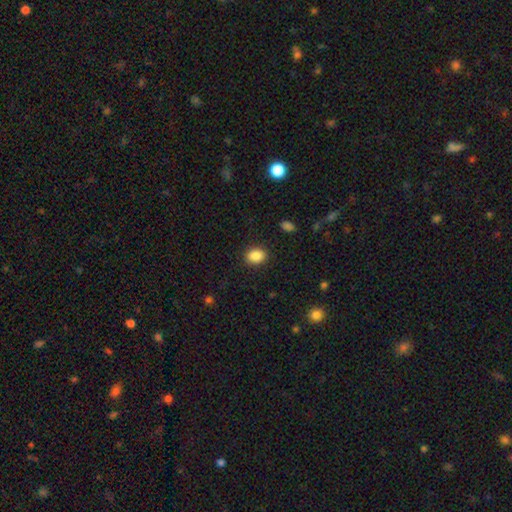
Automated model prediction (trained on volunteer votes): Q: Smooth or featured?
A: smooth (87%); runner-up: star or artifact (9%)
Q: How rounded?
A: in between (61%); runner-up: round (38%)
Q: Merging?
A: none (89%); runner-up: minor disturbance (8%)